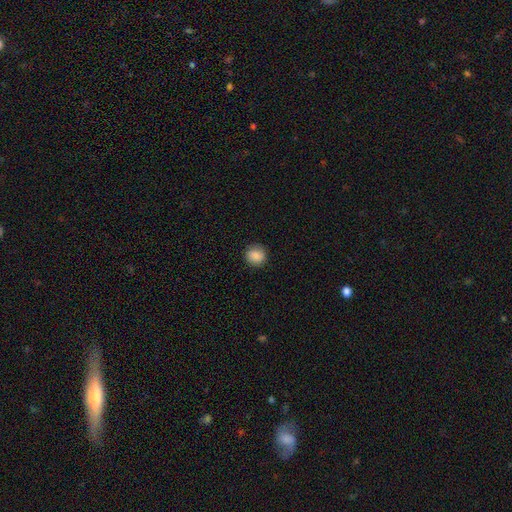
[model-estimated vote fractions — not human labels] A smooth galaxy with no disk features (86%) that is round (90%). Merging: none (88%).